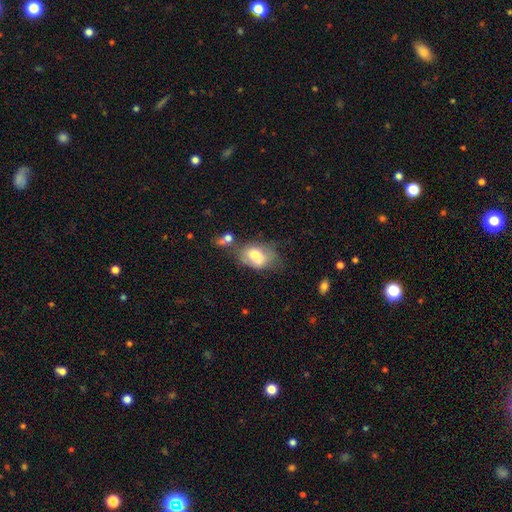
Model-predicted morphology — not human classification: Smooth or featured? Predicted: smooth (p=0.67). How rounded? Predicted: in between (p=0.81). Merging? Predicted: minor disturbance (p=0.28, tied with none).